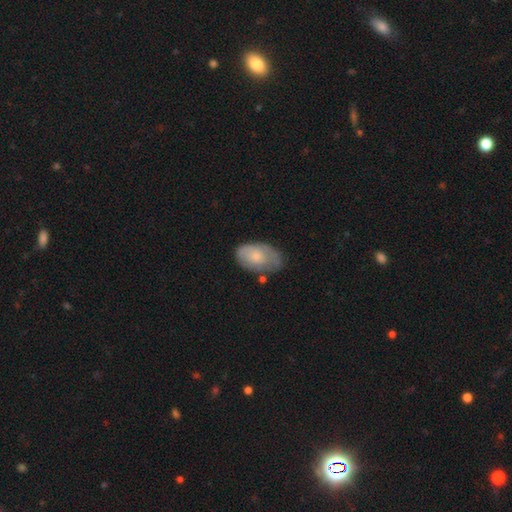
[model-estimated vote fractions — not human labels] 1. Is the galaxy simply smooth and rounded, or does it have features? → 60% smooth, 33% featured or disk, 7% star or artifact.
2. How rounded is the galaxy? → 91% in between, 8% round, 2% cigar-shaped.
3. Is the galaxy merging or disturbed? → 51% none, 34% minor disturbance, 11% major disturbance, 4% merger.